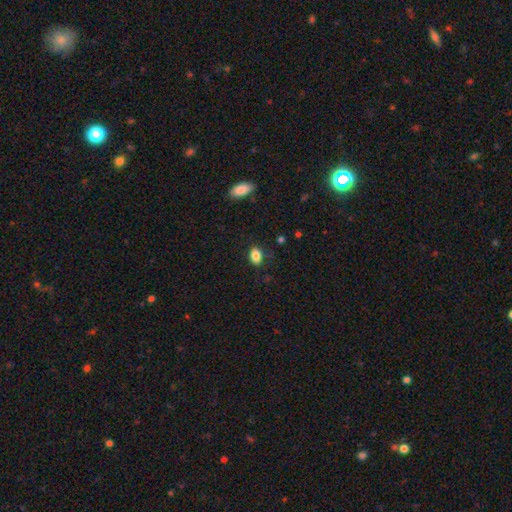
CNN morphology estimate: smooth-or-featured: smooth: 84% | star or artifact: 9% | featured or disk: 6%
  how-rounded: in between: 83% | round: 16% | cigar-shaped: 2%
  merging: none: 81% | minor disturbance: 14% | major disturbance: 3% | merger: 2%